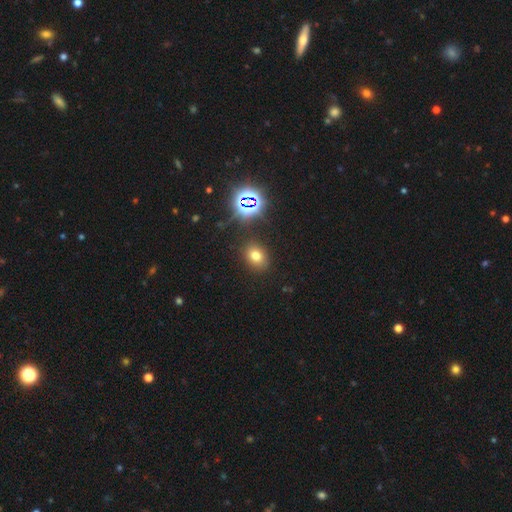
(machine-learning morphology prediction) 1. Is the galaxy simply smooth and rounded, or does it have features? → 68% smooth, 22% star or artifact, 9% featured or disk.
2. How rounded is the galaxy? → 57% in between, 41% round, 1% cigar-shaped.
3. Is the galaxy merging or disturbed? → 85% none, 10% minor disturbance, 3% major disturbance, 2% merger.